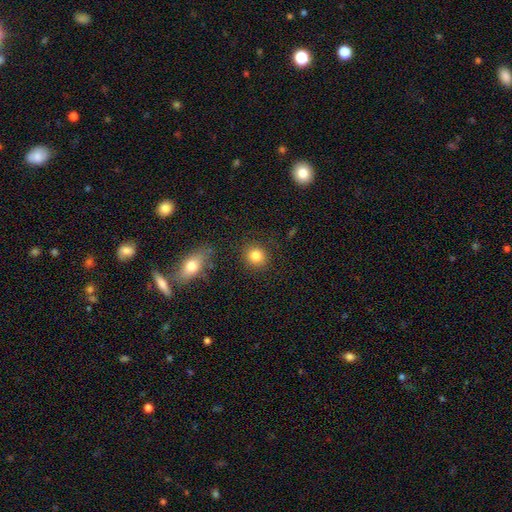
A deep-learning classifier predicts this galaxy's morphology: The model was most divided on "how rounded": round: 83%, in between: 16%, cigar-shaped: 1%. More confident: merging — none (86%); smooth or featured — smooth (83%).